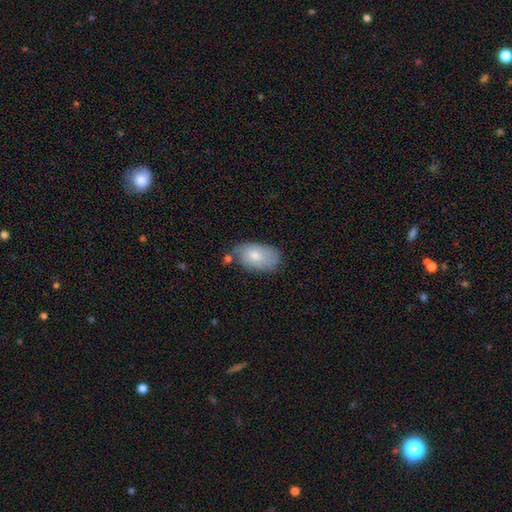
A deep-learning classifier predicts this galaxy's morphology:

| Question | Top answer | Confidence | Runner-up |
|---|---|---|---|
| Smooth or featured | smooth | 73% | featured or disk (21%) |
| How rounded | in between | 92% | round (6%) |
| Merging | none | 58% | minor disturbance (27%) |